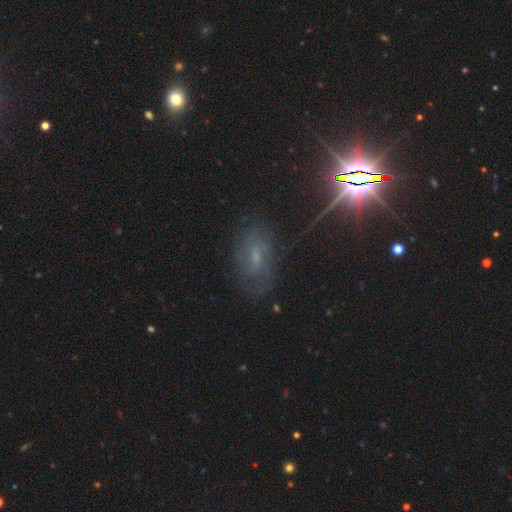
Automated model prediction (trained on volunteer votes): Smooth or featured: featured or disk — 51% (star or artifact — 28%)
Edge-on disk: no — 88% (yes — 12%)
Merging: none — 69% (minor disturbance — 18%)